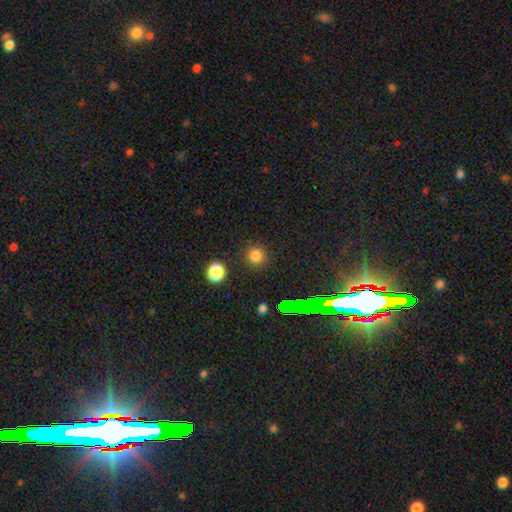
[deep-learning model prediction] smooth_or_featured: smooth (p=0.79) [alt: star or artifact p=0.16]
how_rounded: round (p=0.91) [alt: in between p=0.08]
merging: none (p=0.88) [alt: minor disturbance p=0.07]